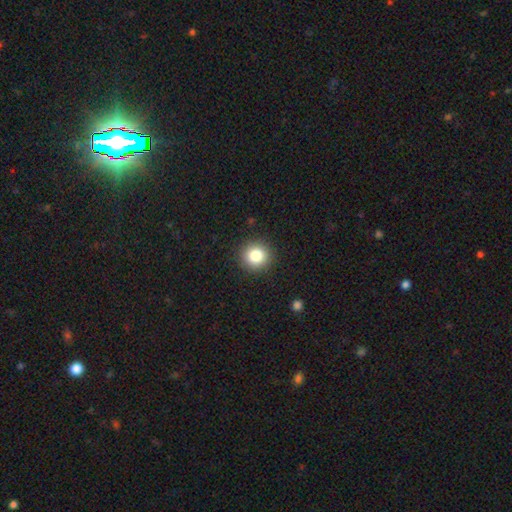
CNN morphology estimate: The model was most divided on "smooth or featured": smooth: 84%, star or artifact: 10%, featured or disk: 6%. More confident: how rounded — round (93%); merging — none (91%).